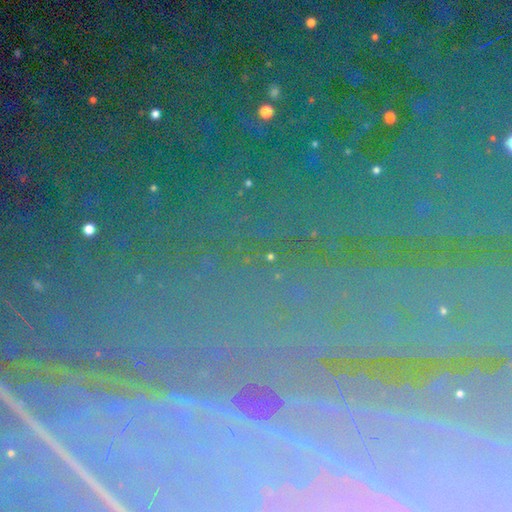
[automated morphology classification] A star or artifact, not a galaxy (76%).